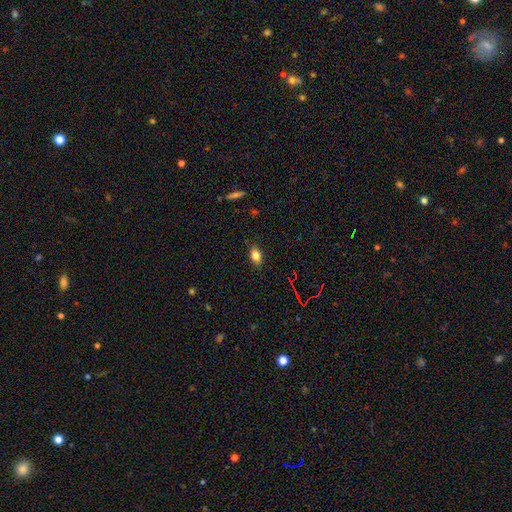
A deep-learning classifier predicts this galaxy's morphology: This appears to be a smooth galaxy with no disk features (81%) that is in between round and cigar-shaped (84%). Merging: none (86%).